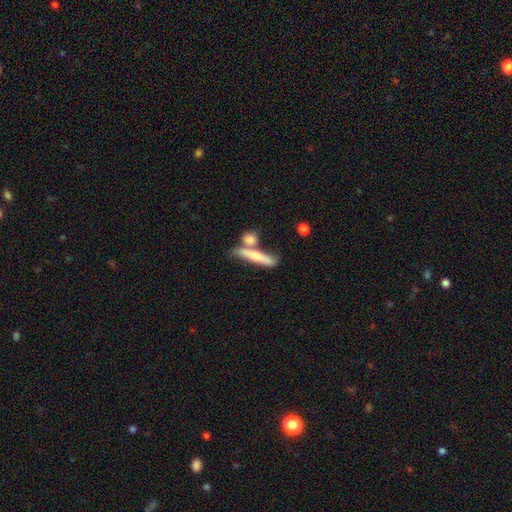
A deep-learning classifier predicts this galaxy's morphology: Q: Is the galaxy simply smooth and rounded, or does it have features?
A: smooth — 58%.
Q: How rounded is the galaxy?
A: cigar-shaped — 82%.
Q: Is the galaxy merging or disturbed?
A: none — 53%.